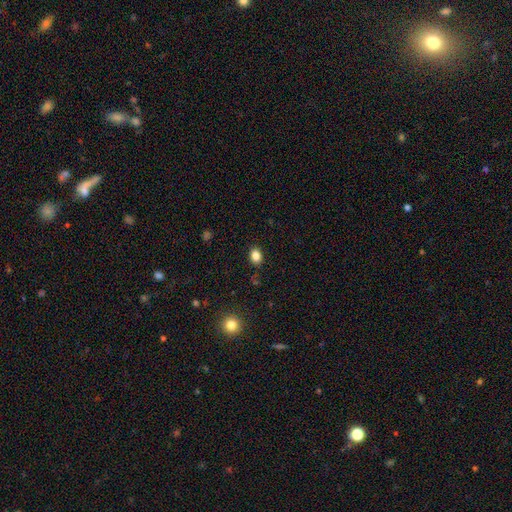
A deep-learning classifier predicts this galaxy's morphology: Q: Smooth or featured?
A: smooth (84%); runner-up: star or artifact (11%)
Q: How rounded?
A: in between (60%); runner-up: round (39%)
Q: Merging?
A: none (88%); runner-up: minor disturbance (9%)